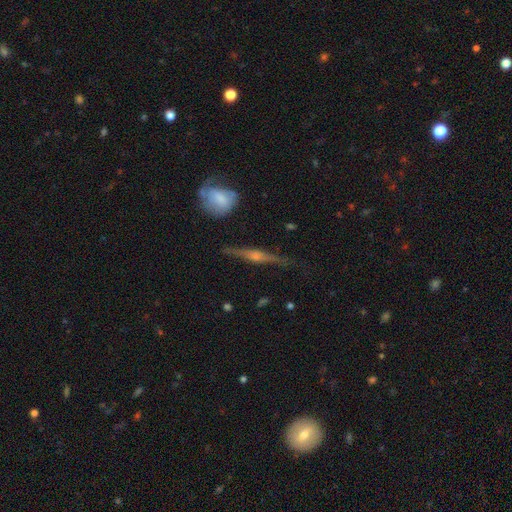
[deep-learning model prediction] Morphology: type=featured or disk (80%); edge-on=yes (96%); edge-on bulge=rounded (87%); merging=none (82%).